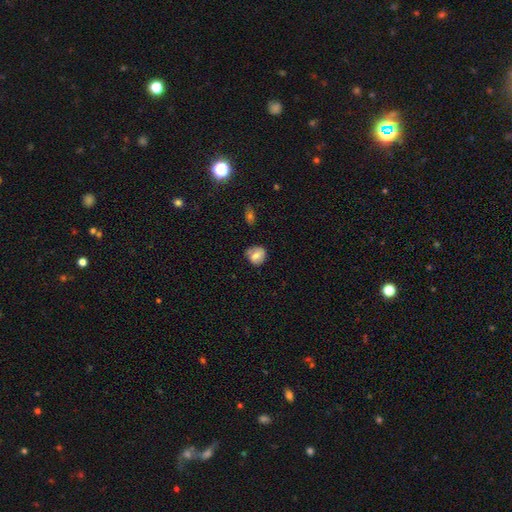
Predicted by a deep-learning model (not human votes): A smooth galaxy with no disk features (69%) that is round (72%). Merging: none (63%).